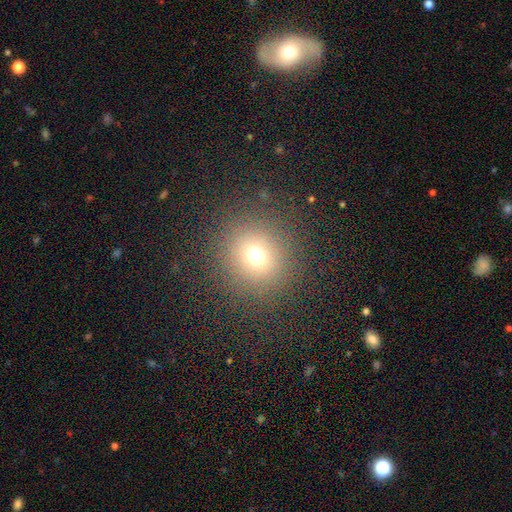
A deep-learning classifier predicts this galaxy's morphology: Smooth or featured?
  - smooth: 70% *
  - star or artifact: 21%
  - featured or disk: 9%
How rounded?
  - round: 91% *
  - in between: 8%
  - cigar-shaped: 1%
Merging?
  - none: 87% *
  - minor disturbance: 7%
  - major disturbance: 5%
  - merger: 1%